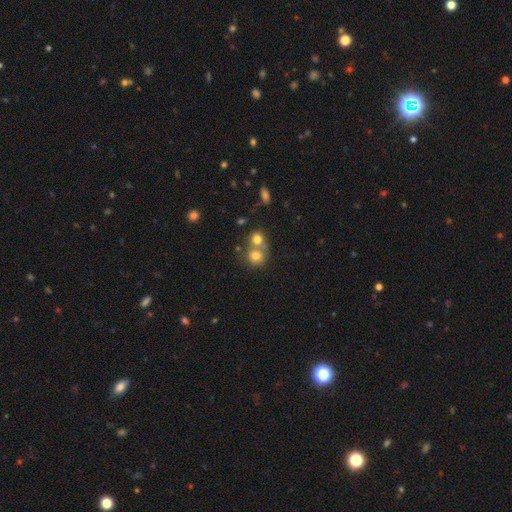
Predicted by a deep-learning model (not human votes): This appears to be a smooth galaxy with no disk features (75%) that is round (83%). Merging: merger (49%).